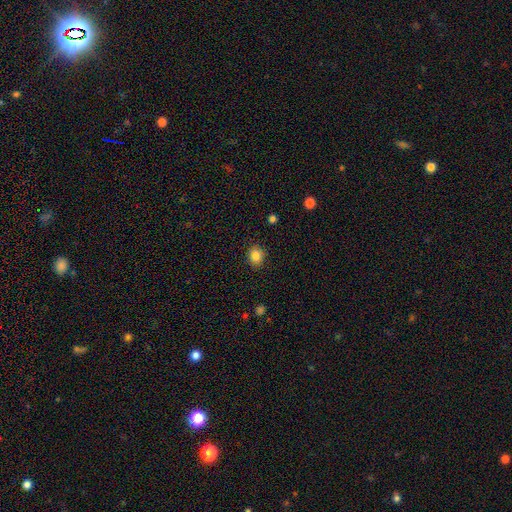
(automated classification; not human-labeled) Smooth or featured? smooth (86%)
How rounded? round (62%)
Merging? none (88%)